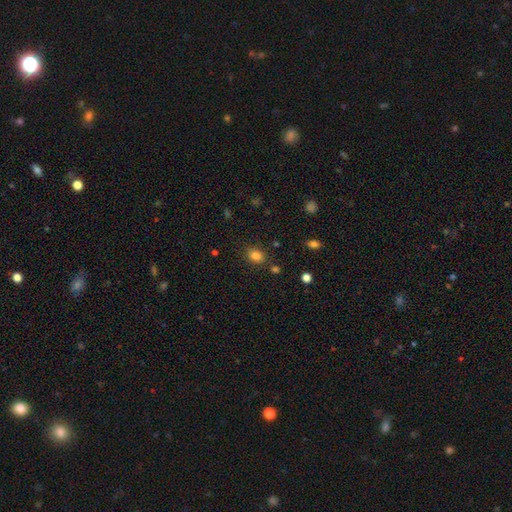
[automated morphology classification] Smooth or featured? Predicted: smooth (p=0.83). How rounded? Predicted: in between (p=0.53). Merging? Predicted: none (p=0.82).